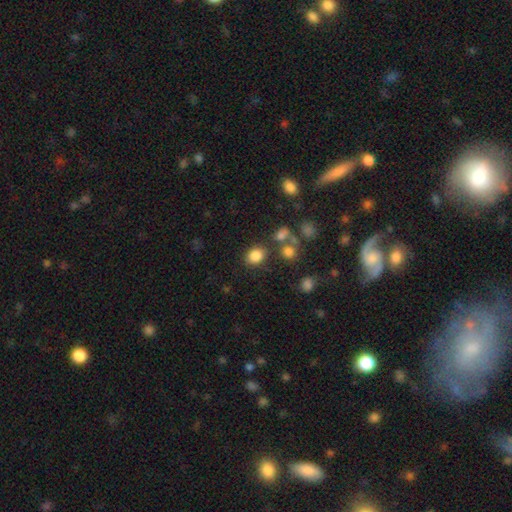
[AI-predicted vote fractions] Smooth or featured?
  - smooth: 82% *
  - star or artifact: 11%
  - featured or disk: 6%
How rounded?
  - round: 52% *
  - in between: 47%
  - cigar-shaped: 1%
Merging?
  - none: 75% *
  - minor disturbance: 12%
  - merger: 9%
  - major disturbance: 5%